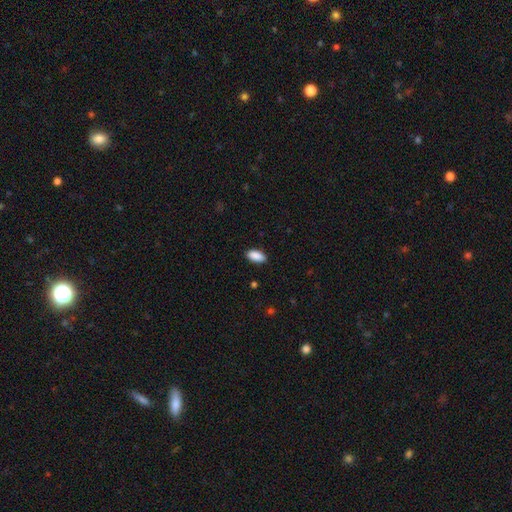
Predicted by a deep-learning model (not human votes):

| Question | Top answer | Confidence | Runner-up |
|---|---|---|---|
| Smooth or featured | smooth | 90% | star or artifact (7%) |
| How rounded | in between | 91% | cigar-shaped (7%) |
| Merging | none | 88% | minor disturbance (9%) |